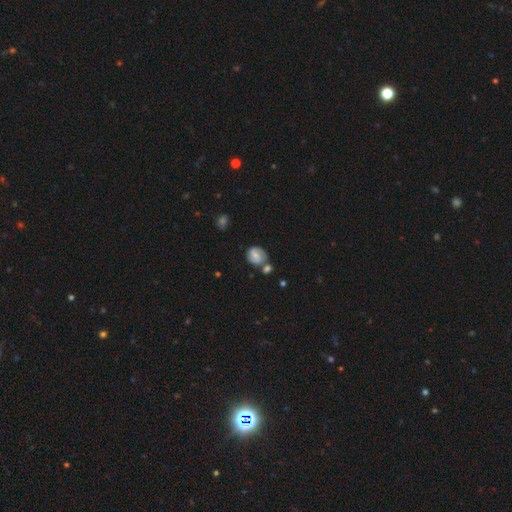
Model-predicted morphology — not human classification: Smooth or featured? featured or disk (53%)
Edge-on disk? no (97%)
Bar? weak (47%)
Spiral arms? yes (83%)
Bulge size? small (50%)
Merging? none (58%)